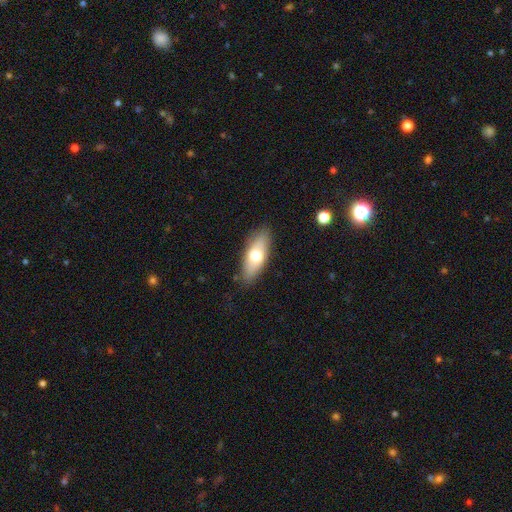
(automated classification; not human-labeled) Q: Smooth or featured?
A: smooth (65%); runner-up: featured or disk (28%)
Q: How rounded?
A: in between (71%); runner-up: cigar-shaped (26%)
Q: Merging?
A: none (84%); runner-up: minor disturbance (12%)